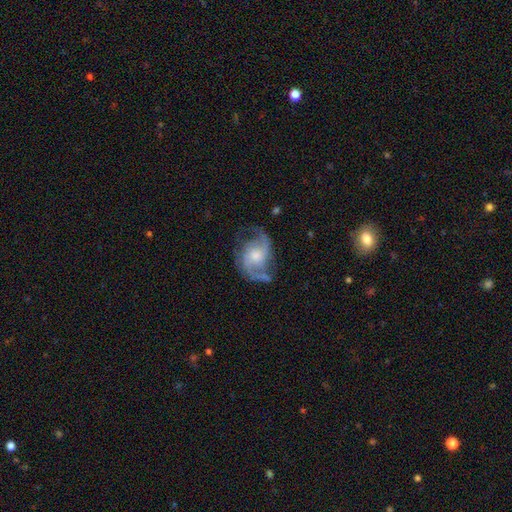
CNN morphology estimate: Smooth or featured?
  - featured or disk: 85% *
  - smooth: 10%
  - star or artifact: 5%
Edge-on disk?
  - no: 98% *
  - yes: 2%
Bar?
  - no: 63% *
  - weak: 32%
  - strong: 5%
Spiral arms?
  - yes: 95% *
  - no: 5%
Spiral winding?
  - medium: 49% *
  - loose: 35%
  - tight: 16%
Spiral arm count?
  - 2: 86% *
  - can't tell: 5%
  - 1: 3%
  - 3: 3%
  - 4: 1%
  - more than 4: 1%
Bulge size?
  - moderate: 52% *
  - small: 31%
  - large: 10%
  - none: 5%
  - dominant: 2%
Merging?
  - none: 60% *
  - minor disturbance: 22%
  - major disturbance: 16%
  - merger: 3%